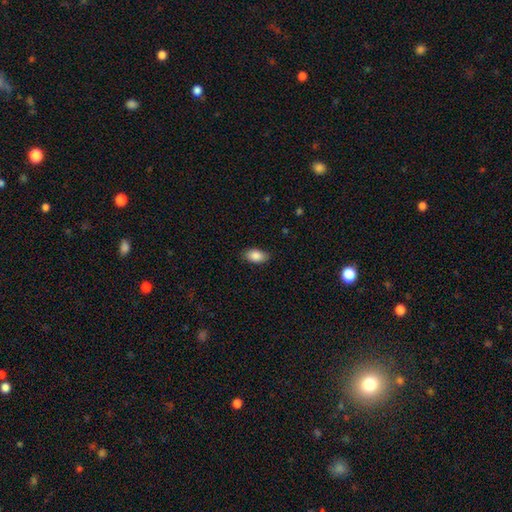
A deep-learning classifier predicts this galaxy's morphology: Q: Smooth or featured?
A: smooth (87%); runner-up: star or artifact (7%)
Q: How rounded?
A: in between (91%); runner-up: round (7%)
Q: Merging?
A: none (85%); runner-up: minor disturbance (12%)